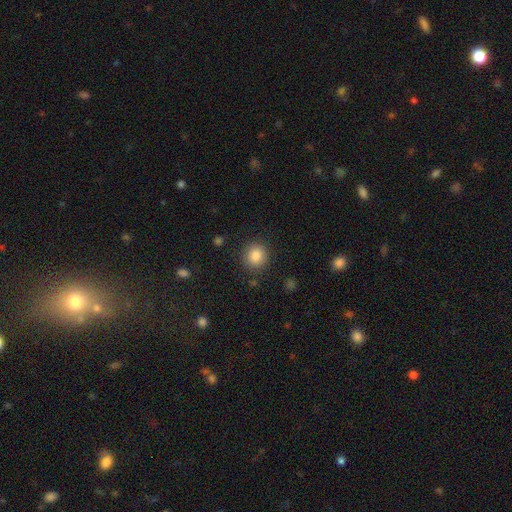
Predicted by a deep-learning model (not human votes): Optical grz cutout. It shows a smooth galaxy with no disk features (86%) that is round (86%). Merging: none (88%).